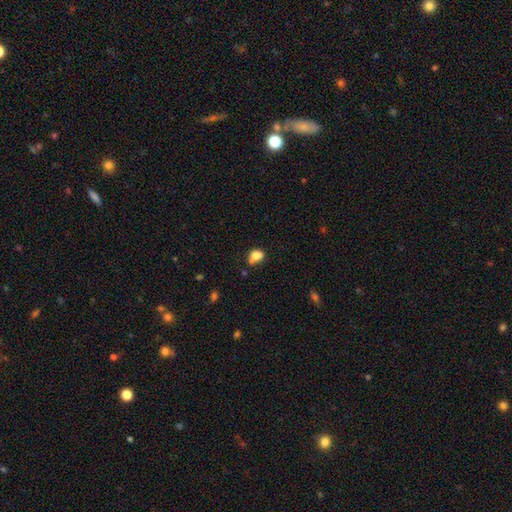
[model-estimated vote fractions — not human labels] Morphology: type=smooth (78%); roundness=in between (53%); merging=none (43%).